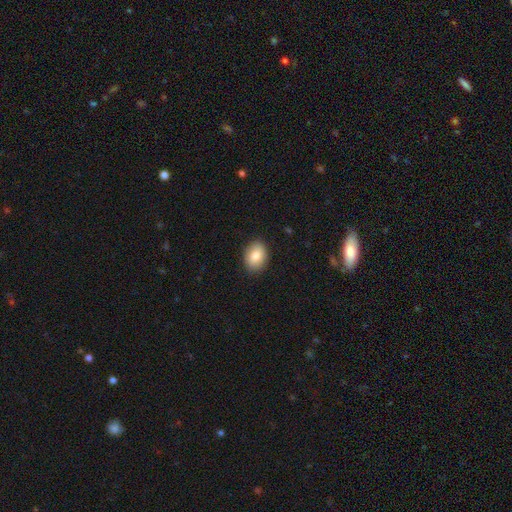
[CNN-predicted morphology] type=smooth (83%); roundness=in between (72%); merging=none (88%).